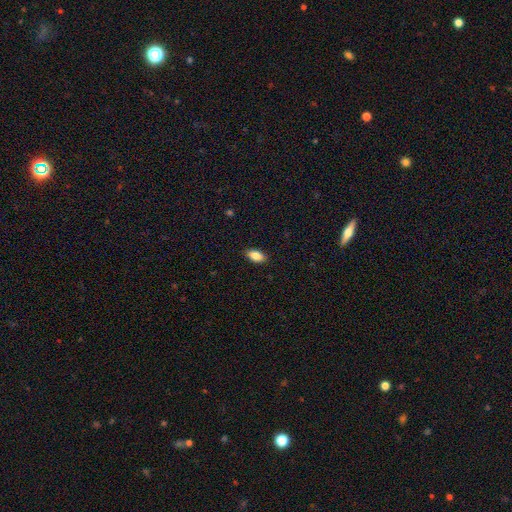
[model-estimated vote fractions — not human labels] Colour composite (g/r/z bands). It shows a smooth galaxy with no disk features (87%) that is in between round and cigar-shaped (91%). Merging: none (87%).